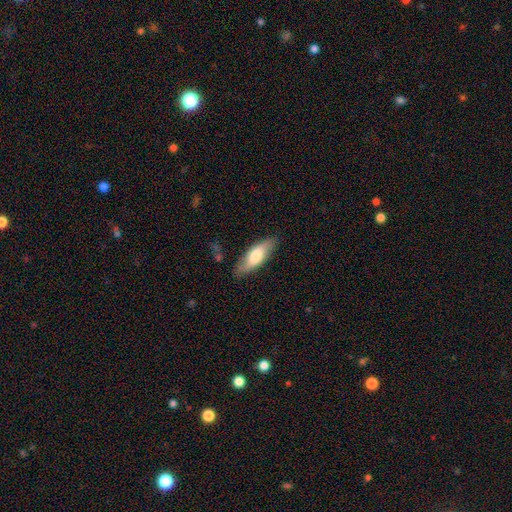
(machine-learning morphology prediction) smooth 67%, featured or disk 27%, star or artifact 6%. Down the decision tree: how rounded — in between (61%); merging — none (82%).